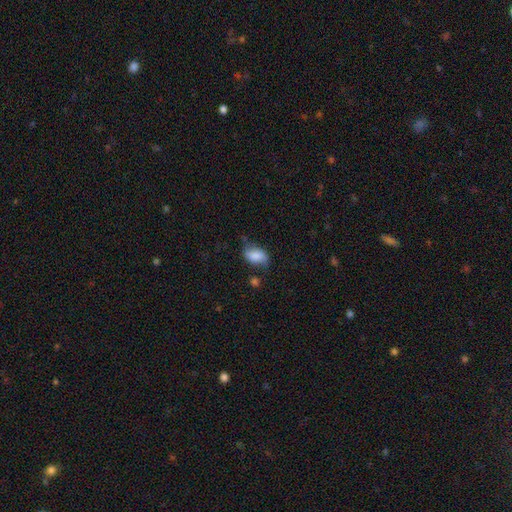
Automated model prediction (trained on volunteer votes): Morphology: type=smooth (75%); roundness=in between (88%); merging=none (55%).